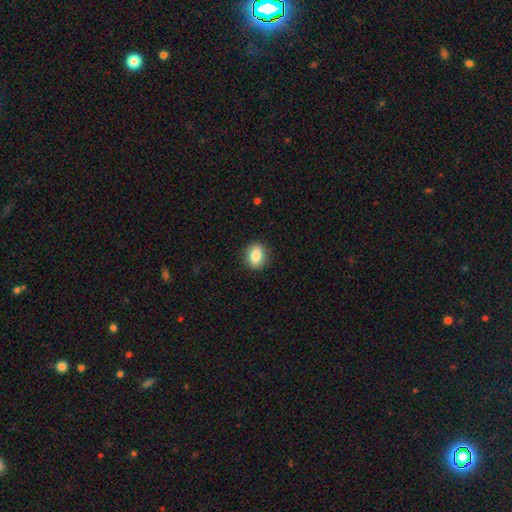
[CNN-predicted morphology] A smooth galaxy with no disk features (84%) that is in between round and cigar-shaped (51%).

Vote fractions:
- Smooth or featured? smooth: 84% / featured or disk: 8% / star or artifact: 8%
- How rounded? in between: 51% / round: 48% / cigar-shaped: 1%
- Merging? none: 89% / minor disturbance: 8% / major disturbance: 2% / merger: 1%